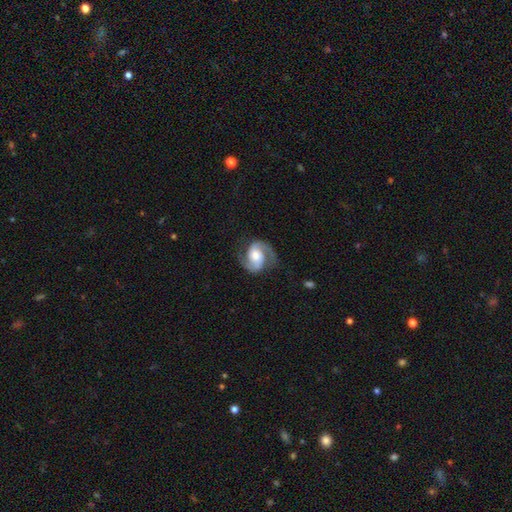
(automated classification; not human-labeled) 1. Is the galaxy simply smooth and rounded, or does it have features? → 89% featured or disk, 6% smooth, 5% star or artifact.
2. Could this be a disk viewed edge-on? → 98% no, 2% yes.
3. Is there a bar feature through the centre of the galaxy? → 52% no, 35% weak, 13% strong.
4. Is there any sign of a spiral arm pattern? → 98% yes, 2% no.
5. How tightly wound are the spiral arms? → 56% medium, 26% tight, 18% loose.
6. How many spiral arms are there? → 93% 2, 2% 1, 2% can't tell, 1% 3, 1% 4, 1% more than 4.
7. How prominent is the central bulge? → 48% moderate, 28% large, 15% small, 5% none, 3% dominant.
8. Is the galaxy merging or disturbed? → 78% none, 14% minor disturbance, 7% major disturbance, 1% merger.